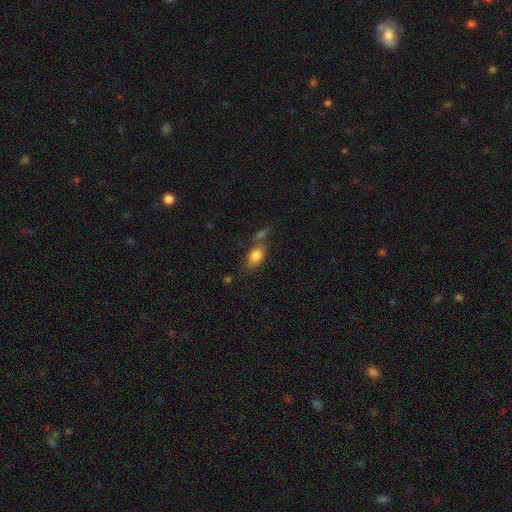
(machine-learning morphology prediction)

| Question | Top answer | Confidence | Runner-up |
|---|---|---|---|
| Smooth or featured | smooth | 81% | featured or disk (10%) |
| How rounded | in between | 81% | round (15%) |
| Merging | none | 54% | merger (25%) |